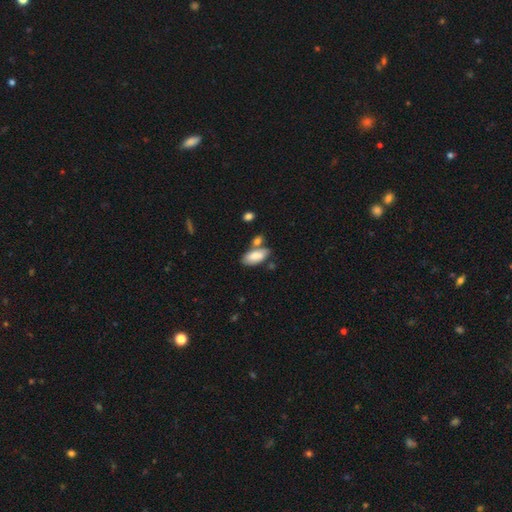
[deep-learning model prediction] Q: Smooth or featured?
A: smooth (82%); runner-up: featured or disk (11%)
Q: How rounded?
A: in between (90%); runner-up: cigar-shaped (8%)
Q: Merging?
A: none (54%); runner-up: merger (23%)